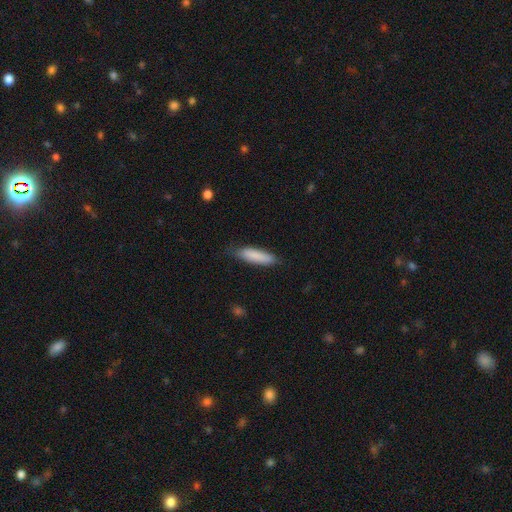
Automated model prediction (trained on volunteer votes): This is clearly a smooth galaxy (86%). How rounded: likely cigar-shaped (70%). Merging: likely none (76%).